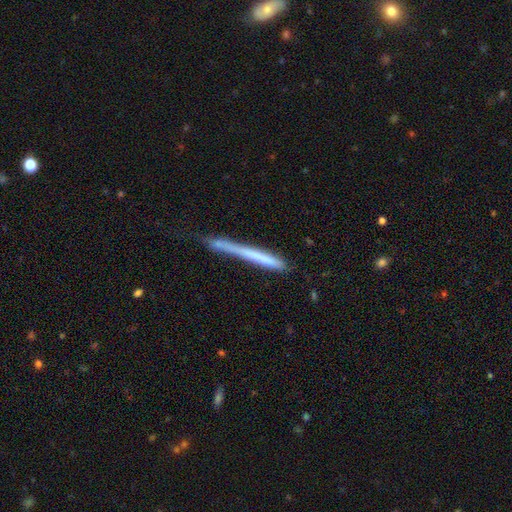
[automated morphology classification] Q: Smooth or featured?
A: smooth (56%); runner-up: featured or disk (37%)
Q: How rounded?
A: cigar-shaped (97%); runner-up: in between (2%)
Q: Merging?
A: none (59%); runner-up: minor disturbance (26%)